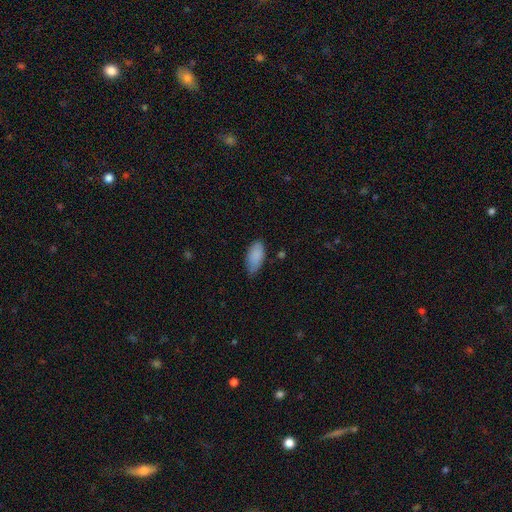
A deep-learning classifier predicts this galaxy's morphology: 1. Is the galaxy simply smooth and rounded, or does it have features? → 87% smooth, 7% featured or disk, 6% star or artifact.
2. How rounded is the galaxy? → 92% in between, 5% cigar-shaped, 2% round.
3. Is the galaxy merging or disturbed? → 67% none, 27% minor disturbance, 4% major disturbance, 2% merger.